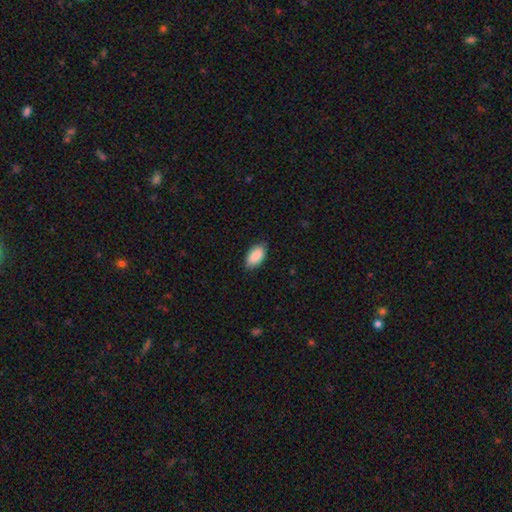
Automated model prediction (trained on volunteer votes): Morphology: type=smooth (89%); roundness=in between (95%); merging=none (83%).